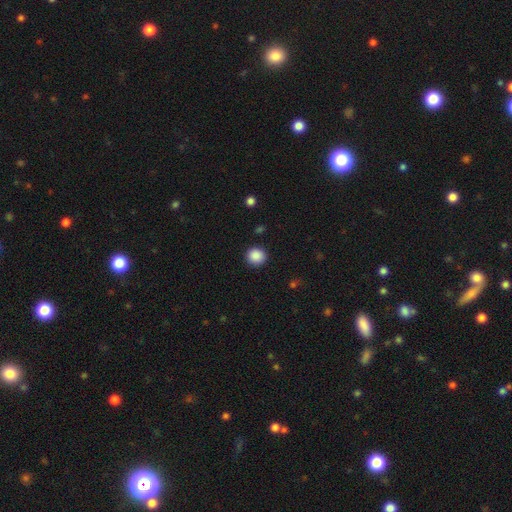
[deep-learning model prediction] Smooth or featured: smooth — 88% (star or artifact — 9%)
How rounded: round — 91% (in between — 8%)
Merging: none — 90% (minor disturbance — 6%)